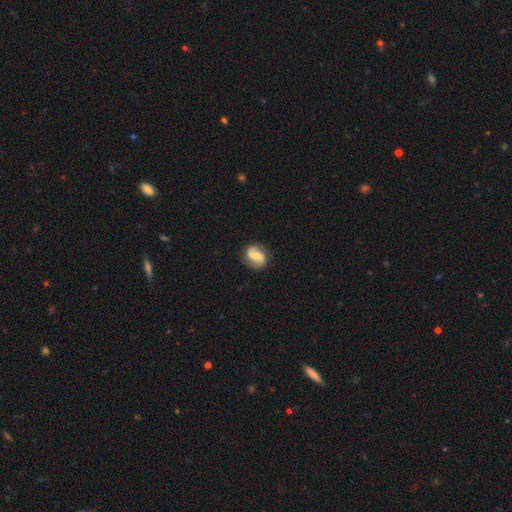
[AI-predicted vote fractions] This appears to be a featured or disk galaxy (71%) with no bar (41%), 2 (92%) loose (42%) spiral arms (94%) and a moderate central bulge (48%). Merging: none (84%).